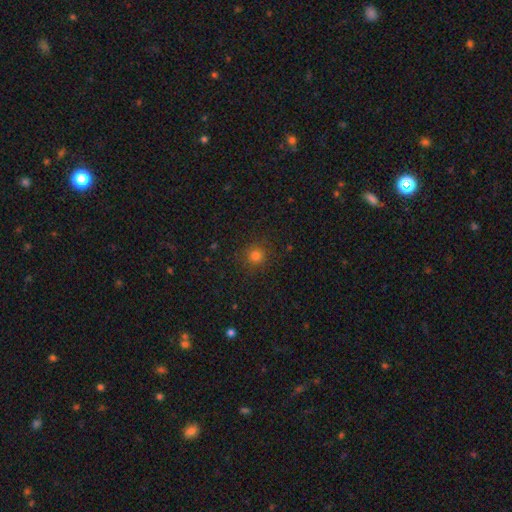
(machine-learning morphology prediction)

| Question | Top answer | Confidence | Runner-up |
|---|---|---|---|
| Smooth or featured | smooth | 79% | star or artifact (16%) |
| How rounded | round | 93% | in between (6%) |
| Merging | none | 89% | minor disturbance (7%) |